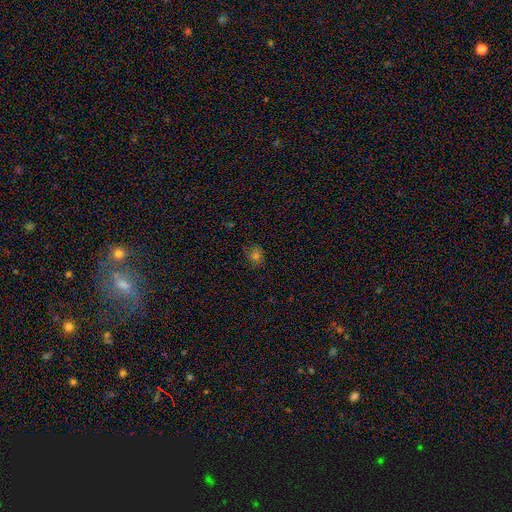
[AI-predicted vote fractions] Overall: smooth (69%). How rounded: round (70%). Merging: none (79%).